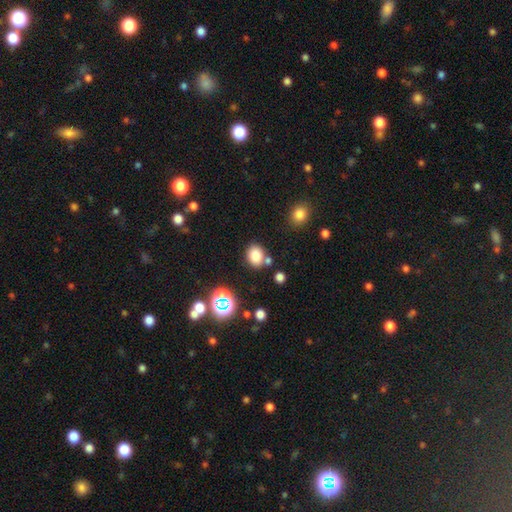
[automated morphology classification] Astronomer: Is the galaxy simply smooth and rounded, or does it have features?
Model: smooth — 81%.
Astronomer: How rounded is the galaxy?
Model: in between — 50% (runner-up: round, 49%).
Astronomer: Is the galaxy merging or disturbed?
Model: none — 71%.